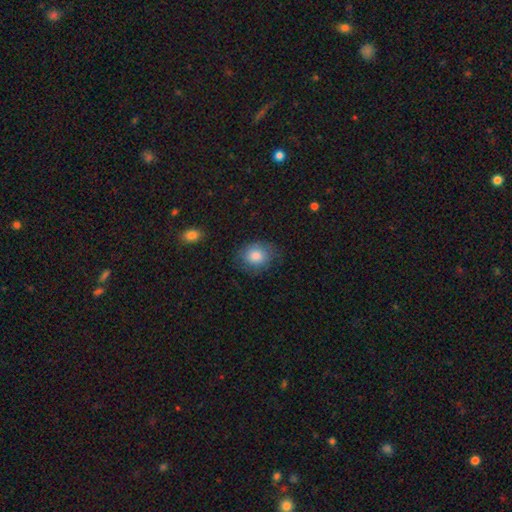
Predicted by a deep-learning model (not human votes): smooth 79%, featured or disk 13%, star or artifact 8%. Down the decision tree: how rounded — round (58%); merging — none (71%).